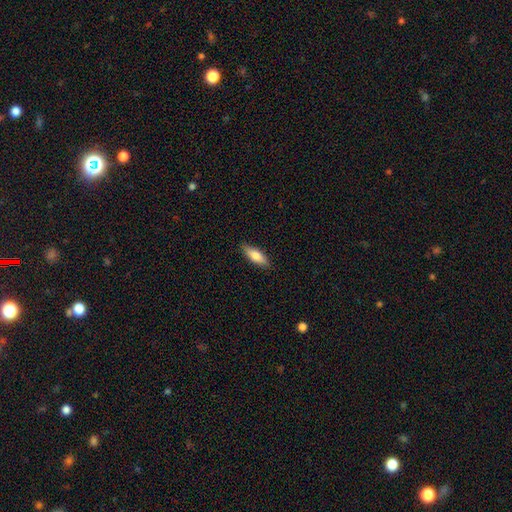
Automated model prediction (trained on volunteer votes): Morphology: type=smooth (76%); roundness=in between (64%); merging=none (88%).